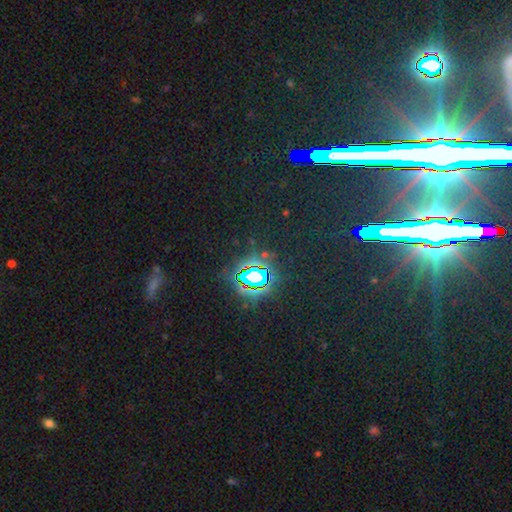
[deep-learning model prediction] A star or artifact, not a galaxy (77%).